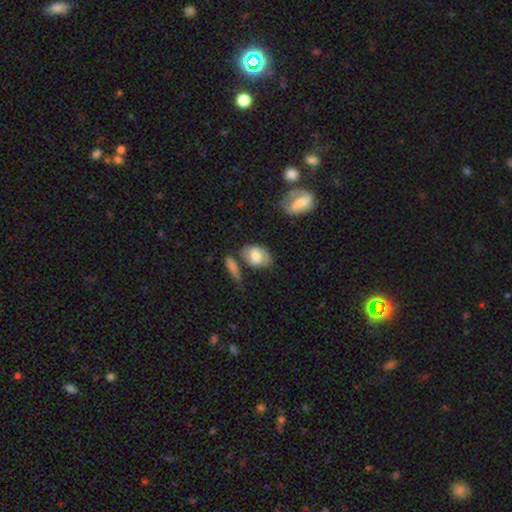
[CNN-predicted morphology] smooth 63%, featured or disk 31%, star or artifact 7%. Down the decision tree: how rounded — in between (78%); merging — none (50%).